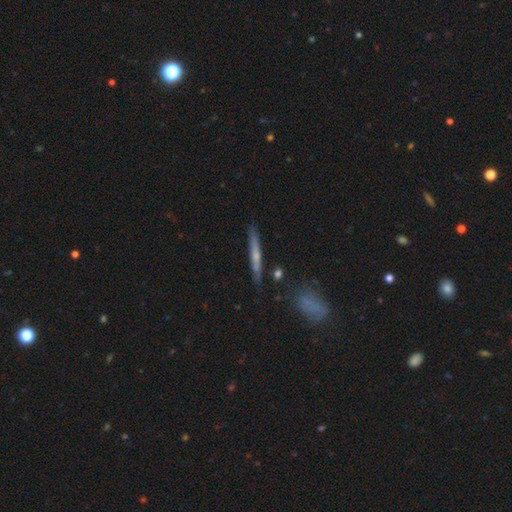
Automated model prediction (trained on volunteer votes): This appears to be a featured or disk galaxy (50%) viewed edge-on (94%). Merging: none (83%).